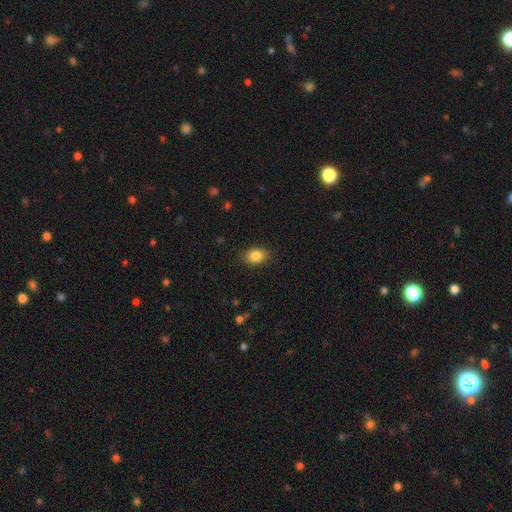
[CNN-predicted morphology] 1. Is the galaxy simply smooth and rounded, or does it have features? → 86% smooth, 9% star or artifact, 5% featured or disk.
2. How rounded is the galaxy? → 70% in between, 29% round, 1% cigar-shaped.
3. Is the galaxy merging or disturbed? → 87% none, 9% minor disturbance, 2% major disturbance, 1% merger.